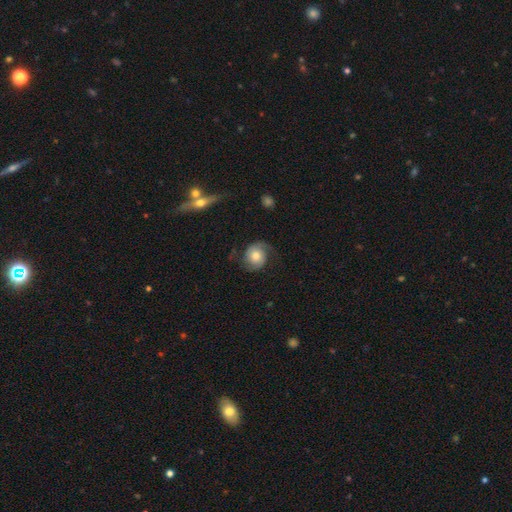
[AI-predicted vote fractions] smooth-or-featured: featured or disk: 63% | smooth: 29% | star or artifact: 8%
  disk-edge-on: no: 97% | yes: 3%
    bar: no: 73% | weak: 23% | strong: 4%
    has-spiral-arms: yes: 92% | no: 8%
      spiral-winding: medium: 43% | loose: 29% | tight: 28%
      spiral-arm-count: 2: 86% | 1: 6% | can't tell: 5% | 3: 1% | 4: 1% | more than 4: 1%
    bulge-size: moderate: 61% | small: 18% | large: 16% | dominant: 3% | none: 2%
  merging: none: 70% | minor disturbance: 18% | major disturbance: 10% | merger: 1%